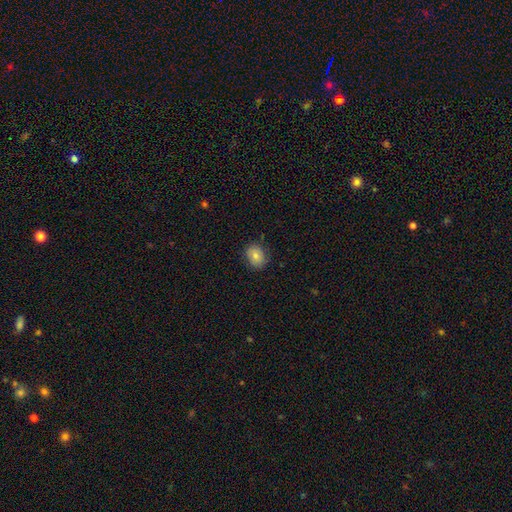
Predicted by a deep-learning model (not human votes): Smooth or featured: smooth — 79% (featured or disk — 12%)
How rounded: in between — 50% (round — 49%)
Merging: none — 83% (minor disturbance — 13%)